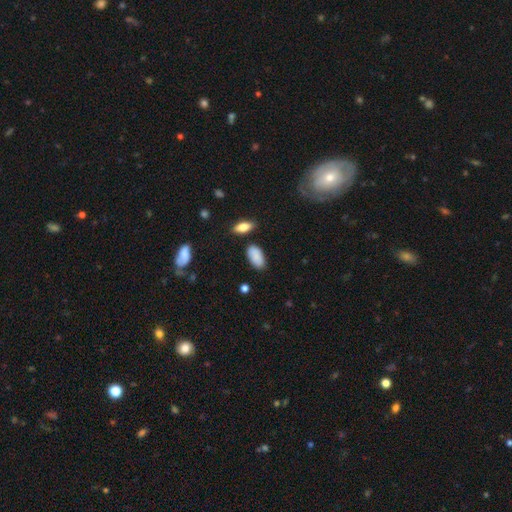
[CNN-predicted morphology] Smooth or featured: smooth — 88% (star or artifact — 7%)
How rounded: in between — 94% (cigar-shaped — 4%)
Merging: none — 79% (minor disturbance — 14%)